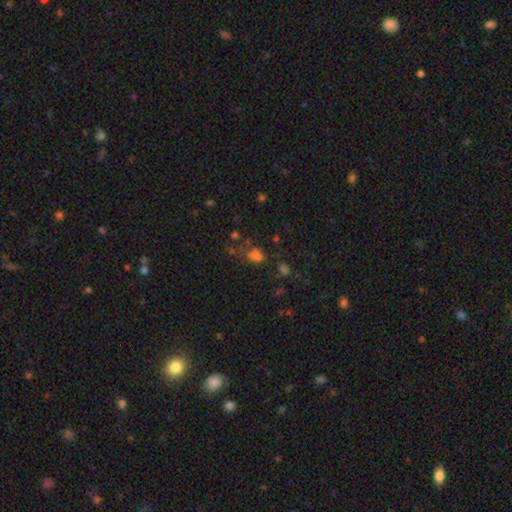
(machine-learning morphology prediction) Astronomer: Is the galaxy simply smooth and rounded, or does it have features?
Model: smooth — 48% (runner-up: star or artifact, 37%).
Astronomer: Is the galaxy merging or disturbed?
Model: none — 43% (runner-up: merger, 31%).